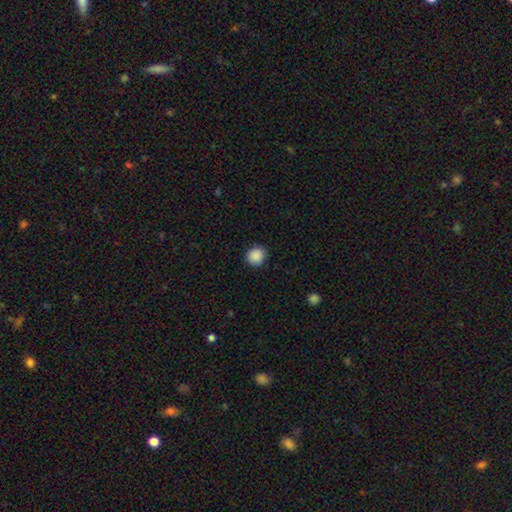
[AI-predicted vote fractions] A smooth galaxy with no disk features (89%) that is round (88%).

Vote fractions:
- Smooth or featured? smooth: 89% / star or artifact: 9% / featured or disk: 2%
- How rounded? round: 88% / in between: 11% / cigar-shaped: 1%
- Merging? none: 90% / minor disturbance: 7% / major disturbance: 2% / merger: 1%